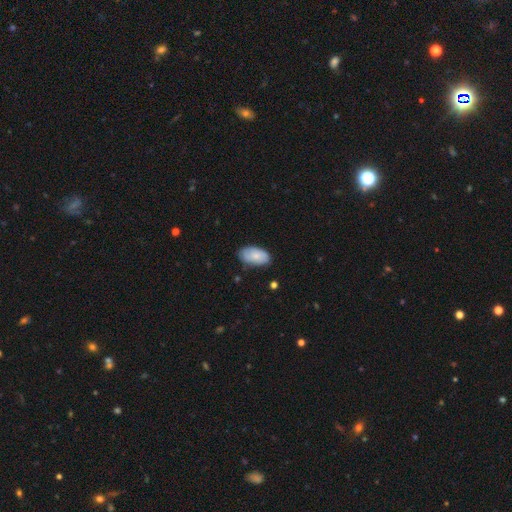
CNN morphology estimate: Q: Smooth or featured?
A: smooth (75%); runner-up: featured or disk (19%)
Q: How rounded?
A: in between (95%); runner-up: round (4%)
Q: Merging?
A: none (72%); runner-up: minor disturbance (22%)